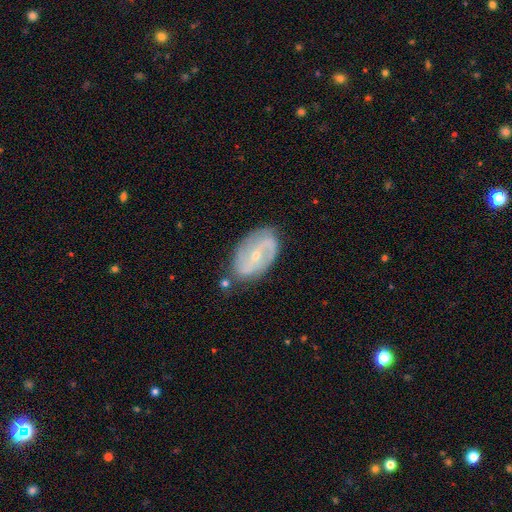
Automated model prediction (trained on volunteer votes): Smooth or featured?
  - featured or disk: 82% *
  - smooth: 12%
  - star or artifact: 6%
Edge-on disk?
  - no: 95% *
  - yes: 5%
Bar?
  - weak: 40% *
  - no: 31%
  - strong: 30%
Spiral arms?
  - yes: 89% *
  - no: 11%
Spiral winding?
  - medium: 42% *
  - loose: 31%
  - tight: 26%
Spiral arm count?
  - 2: 83% *
  - can't tell: 9%
  - 3: 3%
  - 1: 2%
  - 4: 1%
  - more than 4: 1%
Bulge size?
  - small: 70% *
  - moderate: 27%
  - none: 1%
  - large: 1%
  - dominant: 1%
Merging?
  - none: 77% *
  - minor disturbance: 16%
  - major disturbance: 4%
  - merger: 3%